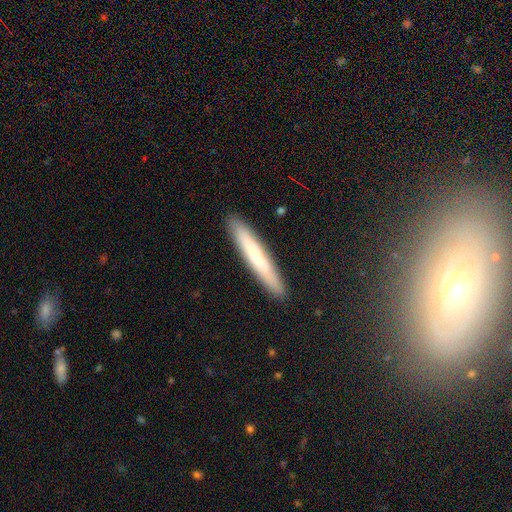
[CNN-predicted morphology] A smooth galaxy with no disk features (67%) that is cigar-shaped (95%). Merging: none (91%).